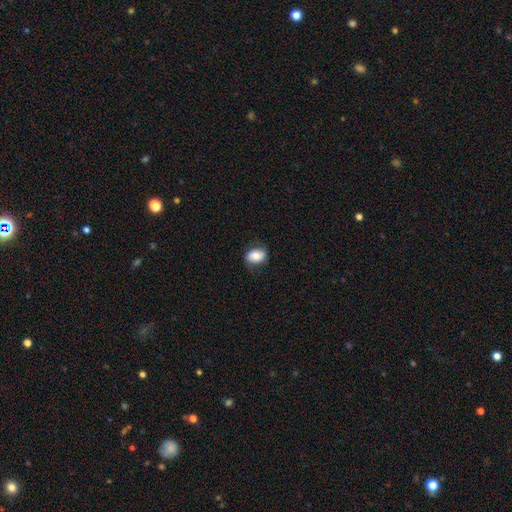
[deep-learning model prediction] A smooth galaxy with no disk features (75%) that is in between round and cigar-shaped (73%).

Vote fractions:
- Smooth or featured? smooth: 75% / featured or disk: 17% / star or artifact: 8%
- How rounded? in between: 73% / round: 25% / cigar-shaped: 1%
- Merging? none: 76% / minor disturbance: 18% / major disturbance: 5% / merger: 1%